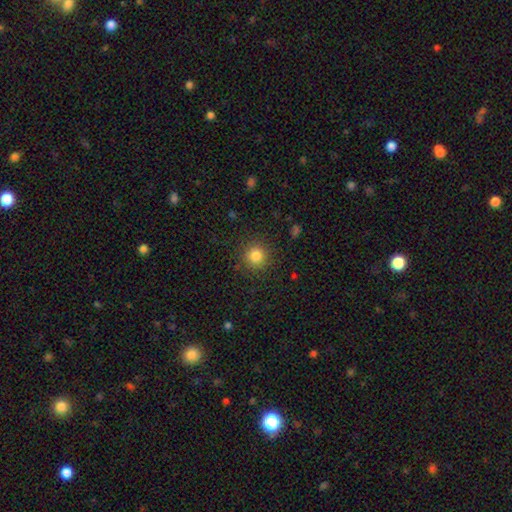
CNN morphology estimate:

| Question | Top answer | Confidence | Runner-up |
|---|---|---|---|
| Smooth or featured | smooth | 83% | star or artifact (12%) |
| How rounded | round | 94% | in between (5%) |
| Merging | none | 89% | minor disturbance (7%) |